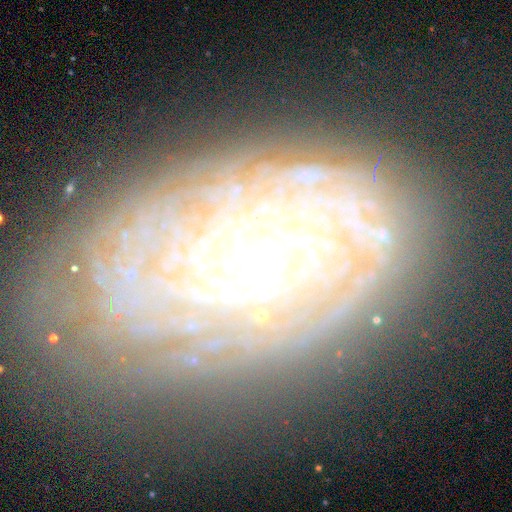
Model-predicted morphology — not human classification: Smooth or featured? featured or disk (79%)
Edge-on disk? no (94%)
Bar? no (73%)
Spiral arms? yes (89%)
Spiral winding? tight (84%)
Spiral arm count? can't tell (45%)
Bulge size? small (60%)
Merging? none (77%)